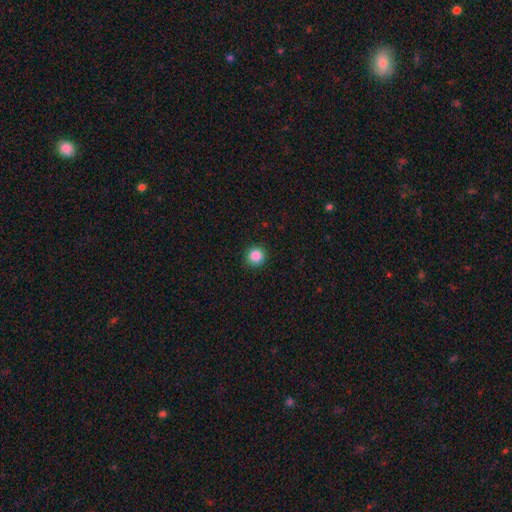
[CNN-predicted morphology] Smooth or featured: smooth — 87% (star or artifact — 10%)
How rounded: round — 94% (in between — 5%)
Merging: none — 91% (minor disturbance — 6%)